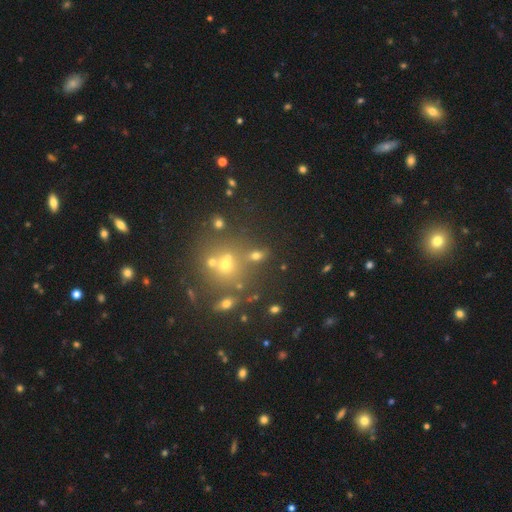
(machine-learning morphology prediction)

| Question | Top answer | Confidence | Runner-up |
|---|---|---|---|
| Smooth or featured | smooth | 63% | star or artifact (22%) |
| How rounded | in between | 60% | round (35%) |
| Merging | none | 63% | merger (18%) |